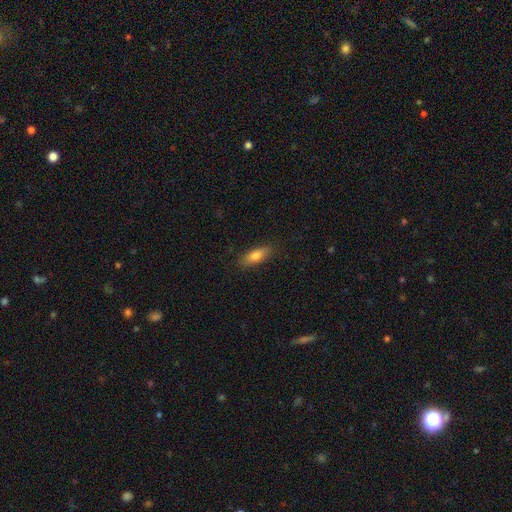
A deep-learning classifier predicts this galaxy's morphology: Q: Smooth or featured?
A: smooth (75%); runner-up: featured or disk (18%)
Q: How rounded?
A: in between (65%); runner-up: cigar-shaped (32%)
Q: Merging?
A: none (86%); runner-up: minor disturbance (11%)